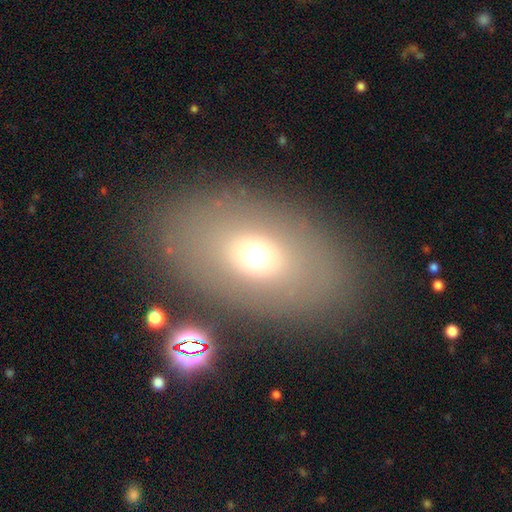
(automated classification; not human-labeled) The model was most divided on "smooth or featured": smooth: 62%, featured or disk: 24%, star or artifact: 14%. More confident: how rounded — in between (82%); merging — none (81%).